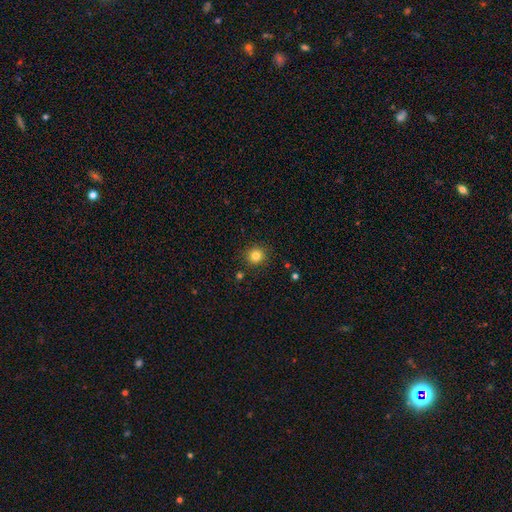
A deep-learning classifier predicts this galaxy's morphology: type=smooth (82%); roundness=round (92%); merging=none (89%).